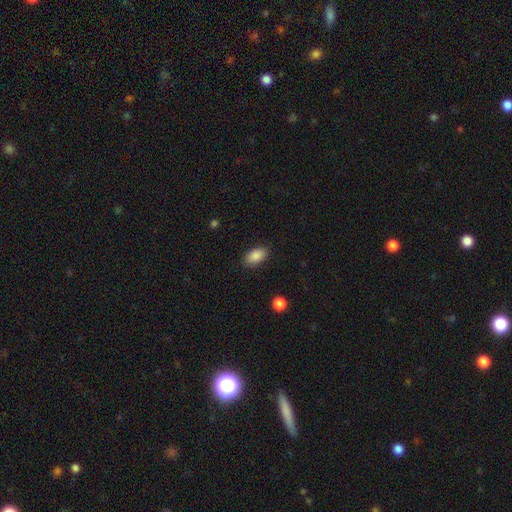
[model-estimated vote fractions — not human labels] A smooth galaxy with no disk features (87%) that is in between round and cigar-shaped (92%).

Vote fractions:
- Smooth or featured? smooth: 87% / star or artifact: 8% / featured or disk: 5%
- How rounded? in between: 92% / round: 5% / cigar-shaped: 2%
- Merging? none: 87% / minor disturbance: 10% / major disturbance: 3% / merger: 1%